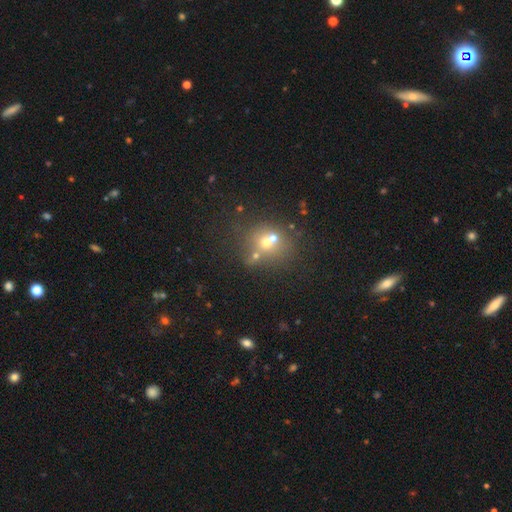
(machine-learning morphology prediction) smooth_or_featured: smooth (p=0.55) [alt: star or artifact p=0.23]
how_rounded: round (p=0.76) [alt: in between p=0.23]
merging: merger (p=0.45) [alt: none p=0.41]